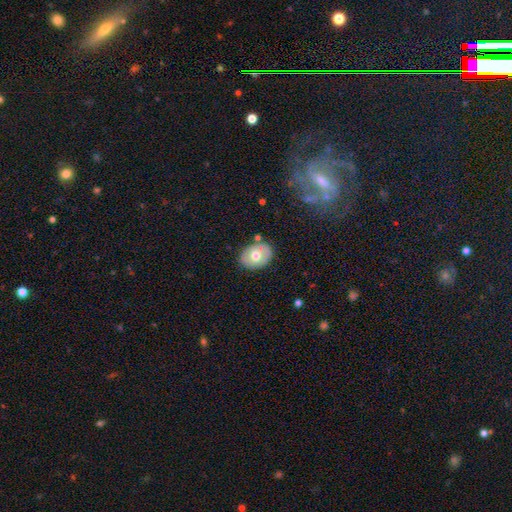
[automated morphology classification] Smooth or featured: smooth — 59% (featured or disk — 34%)
How rounded: in between — 67% (round — 32%)
Merging: none — 80% (minor disturbance — 13%)